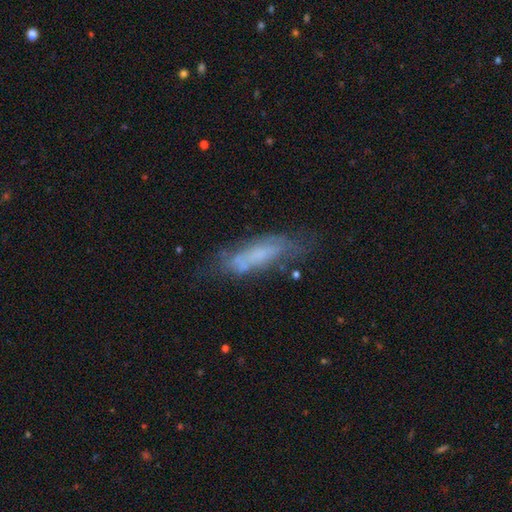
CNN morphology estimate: Smooth or featured? smooth (48%)
Merging? none (52%)